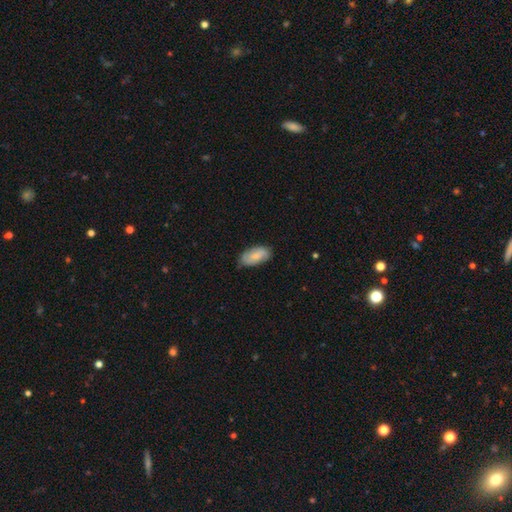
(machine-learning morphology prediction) A smooth galaxy with no disk features (72%) that is in between round and cigar-shaped (92%).

Vote fractions:
- Smooth or featured? smooth: 72% / featured or disk: 22% / star or artifact: 6%
- How rounded? in between: 92% / cigar-shaped: 6% / round: 2%
- Merging? none: 78% / minor disturbance: 18% / major disturbance: 3% / merger: 1%